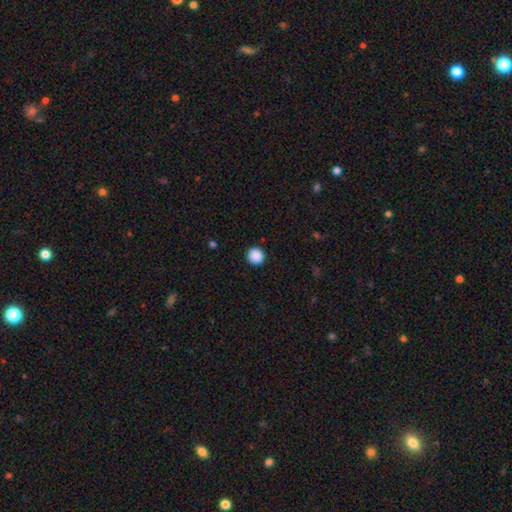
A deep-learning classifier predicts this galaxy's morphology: Q: Smooth or featured?
A: smooth (89%); runner-up: star or artifact (9%)
Q: How rounded?
A: round (95%); runner-up: in between (4%)
Q: Merging?
A: none (93%); runner-up: minor disturbance (4%)